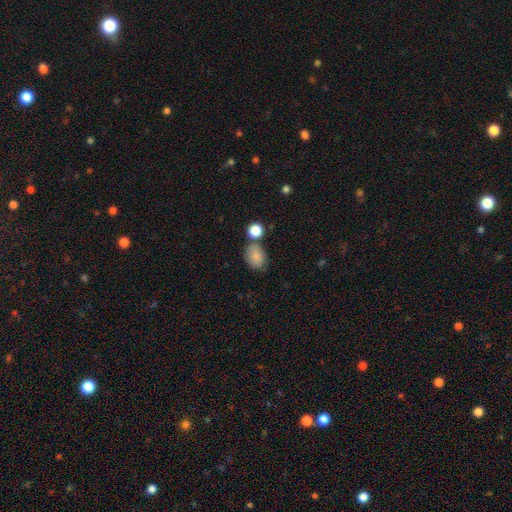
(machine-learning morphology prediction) This is clearly a smooth galaxy (84%). How rounded: likely in between (70%). Merging: likely none (60%).